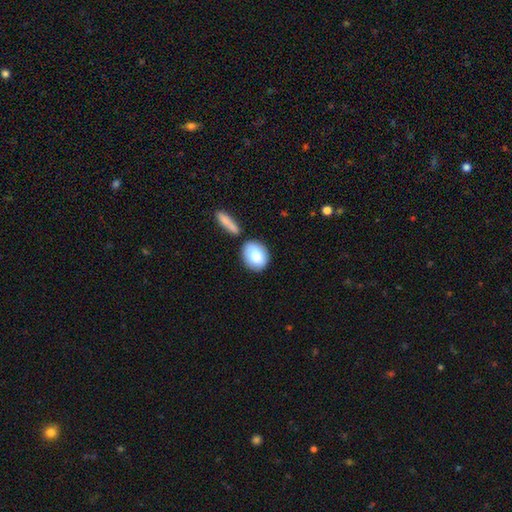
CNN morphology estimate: Smooth or featured?
  - smooth: 84% *
  - featured or disk: 10%
  - star or artifact: 7%
How rounded?
  - in between: 63% *
  - round: 35%
  - cigar-shaped: 2%
Merging?
  - none: 67% *
  - merger: 15%
  - minor disturbance: 14%
  - major disturbance: 4%